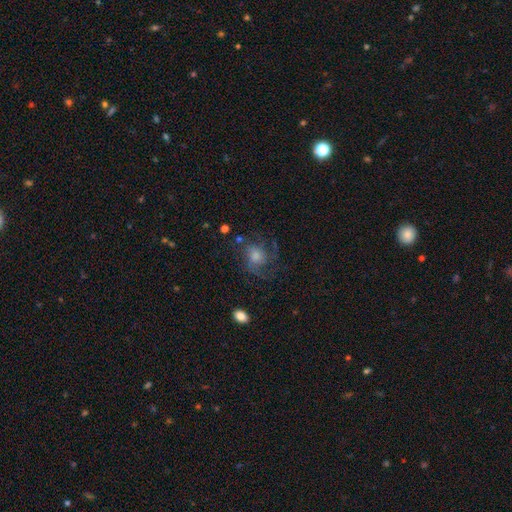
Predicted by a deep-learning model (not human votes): A featured or disk galaxy (67%) with no bar (74%), 3 (30%) medium (49%) spiral arms (91%) and a moderate central bulge (45%).

Vote fractions:
- Smooth or featured? featured or disk: 67% / smooth: 20% / star or artifact: 13%
- Edge-on disk? no: 97% / yes: 3%
- Bar? no: 74% / weak: 22% / strong: 3%
- Spiral arms? yes: 91% / no: 9%
- Spiral winding? medium: 49% / tight: 31% / loose: 20%
- Spiral arm count? 3: 30% / can't tell: 26% / 2: 22% / 4: 8% / 1: 8% / more than 4: 6%
- Bulge size? moderate: 45% / large: 24% / small: 20% / none: 7% / dominant: 3%
- Merging? none: 64% / major disturbance: 18% / minor disturbance: 17% / merger: 2%